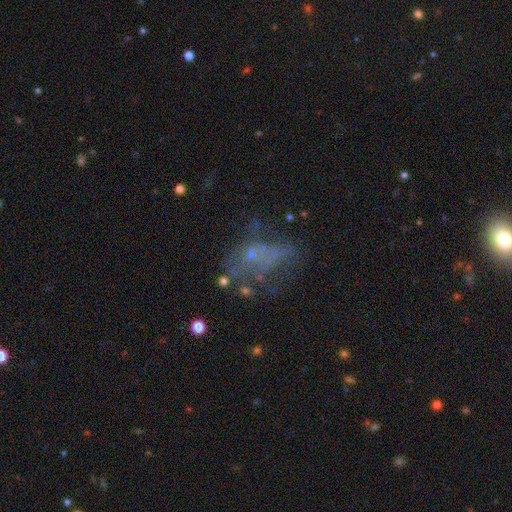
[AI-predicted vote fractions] A featured or disk galaxy (44%). Merging: none (40%).